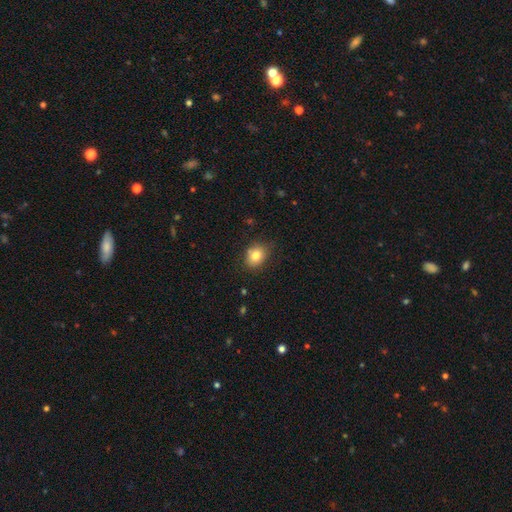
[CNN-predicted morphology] Smooth or featured: smooth — 81% (star or artifact — 10%)
How rounded: round — 51% (in between — 48%)
Merging: none — 80% (minor disturbance — 15%)